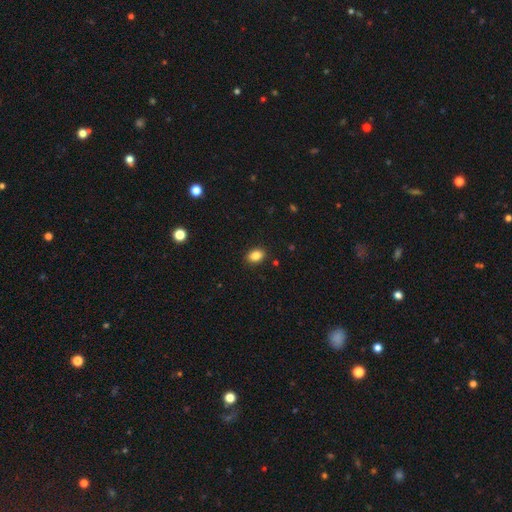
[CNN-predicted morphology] This is clearly a smooth galaxy (86%). How rounded: likely in between (79%). Merging: clearly none (89%).